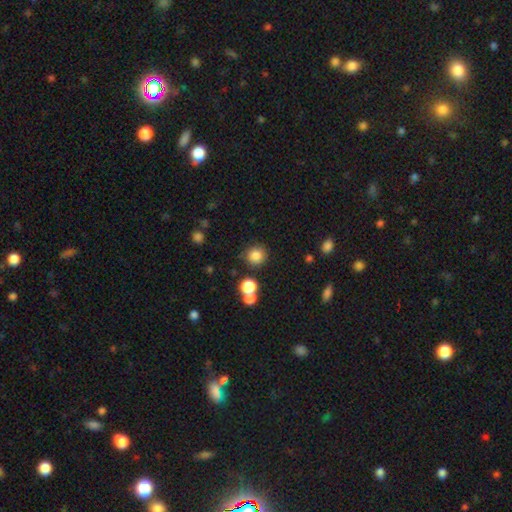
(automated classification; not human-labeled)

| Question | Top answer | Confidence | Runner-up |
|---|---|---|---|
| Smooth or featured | smooth | 83% | star or artifact (12%) |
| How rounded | round | 91% | in between (8%) |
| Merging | none | 81% | minor disturbance (9%) |